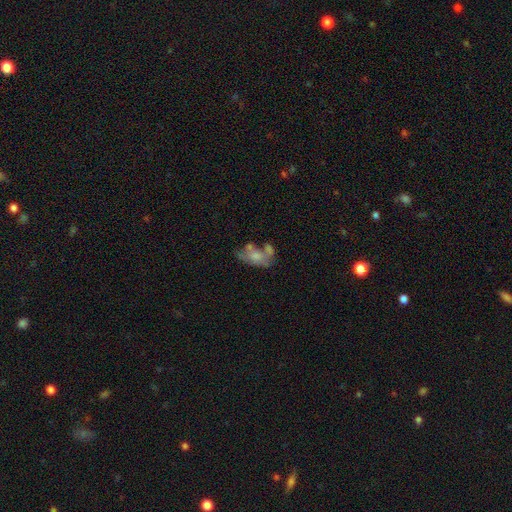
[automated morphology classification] Smooth or featured? smooth (49%)
Merging? merger (35%)